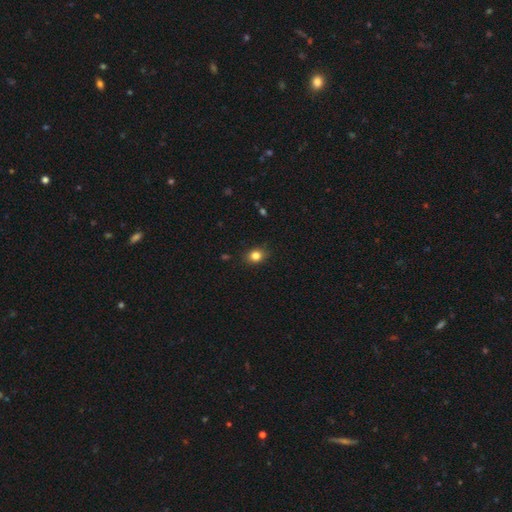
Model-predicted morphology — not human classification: Overall: smooth (83%). How rounded: round (55%; in between 43%). Merging: none (85%).